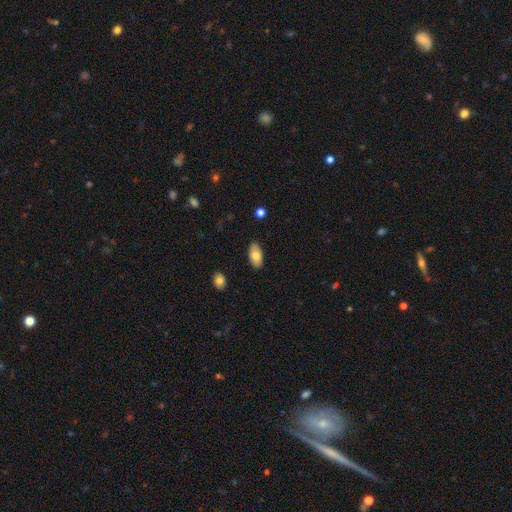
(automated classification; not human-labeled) Q: Smooth or featured?
A: smooth (78%); runner-up: featured or disk (15%)
Q: How rounded?
A: in between (94%); runner-up: cigar-shaped (3%)
Q: Merging?
A: none (87%); runner-up: minor disturbance (10%)